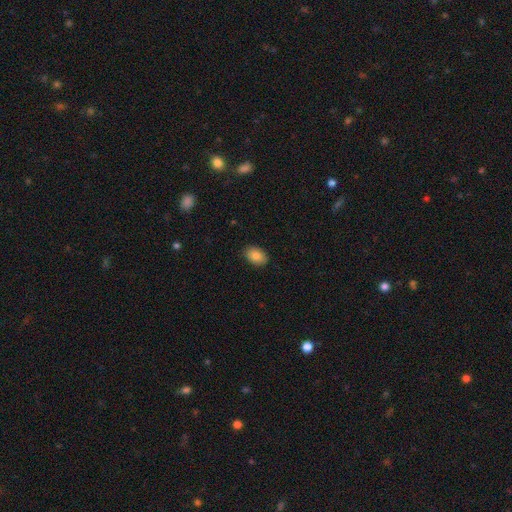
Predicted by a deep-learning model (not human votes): A smooth galaxy with no disk features (85%) that is in between round and cigar-shaped (86%). Merging: none (89%).